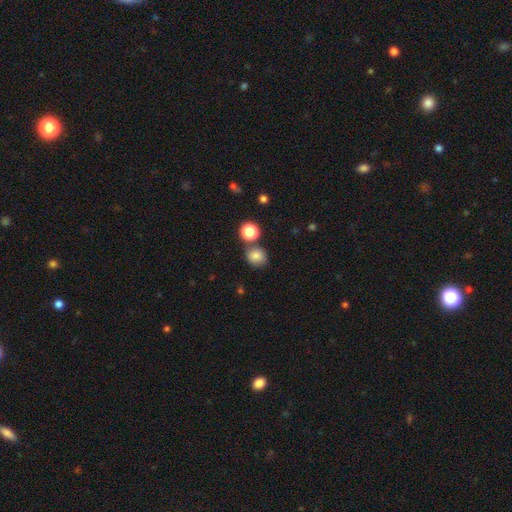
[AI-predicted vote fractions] Overall: smooth (81%). How rounded: round (76%). Merging: none (70%).